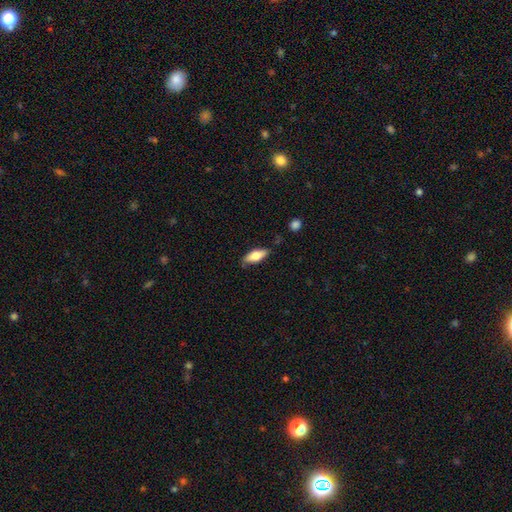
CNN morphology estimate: smooth-or-featured: smooth: 69% | featured or disk: 25% | star or artifact: 6%
  how-rounded: in between: 70% | cigar-shaped: 28% | round: 2%
  merging: none: 79% | minor disturbance: 15% | major disturbance: 3% | merger: 2%